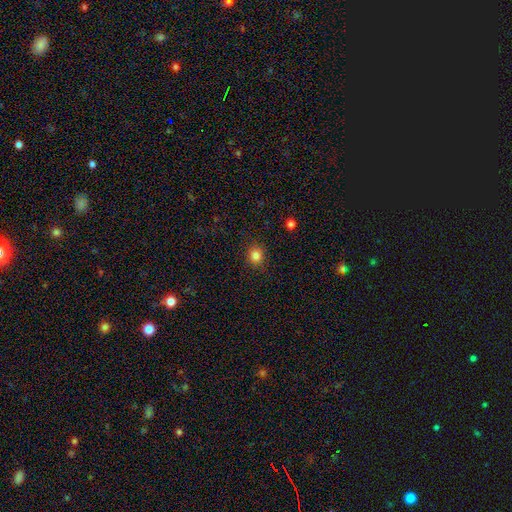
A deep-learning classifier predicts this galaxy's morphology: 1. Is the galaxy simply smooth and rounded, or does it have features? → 84% smooth, 12% star or artifact, 4% featured or disk.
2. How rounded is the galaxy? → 81% round, 18% in between, 1% cigar-shaped.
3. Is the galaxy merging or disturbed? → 88% none, 9% minor disturbance, 3% major disturbance, 1% merger.